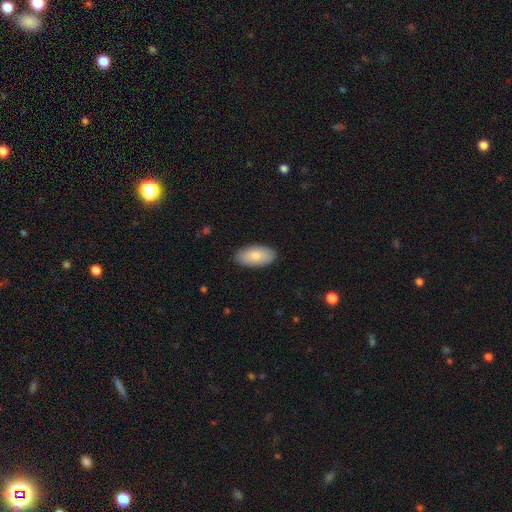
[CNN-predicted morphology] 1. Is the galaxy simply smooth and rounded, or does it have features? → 81% smooth, 13% featured or disk, 6% star or artifact.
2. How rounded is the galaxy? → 94% in between, 3% cigar-shaped, 2% round.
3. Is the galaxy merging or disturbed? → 88% none, 9% minor disturbance, 2% major disturbance, 1% merger.